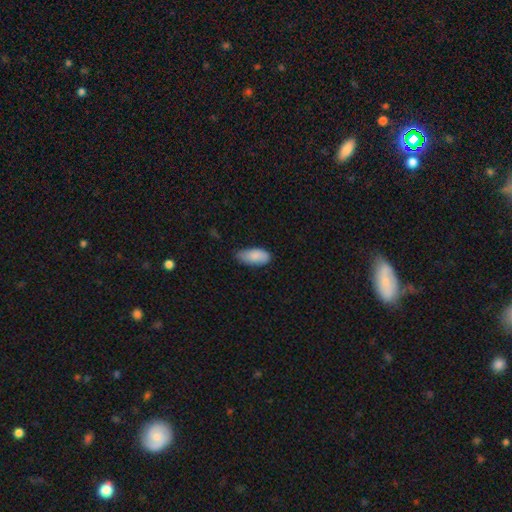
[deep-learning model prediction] smooth 85%, featured or disk 9%, star or artifact 6%. Down the decision tree: how rounded — in between (92%); merging — none (62%).